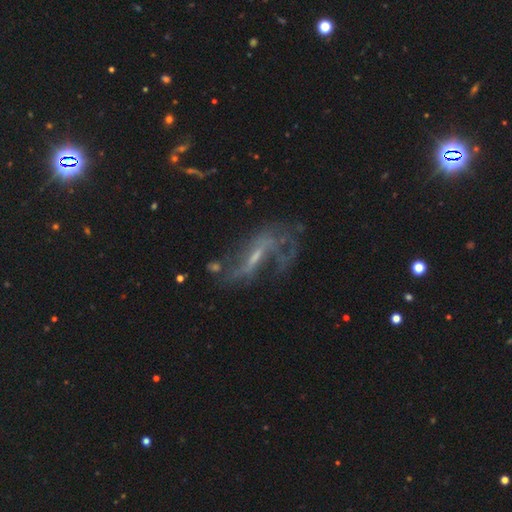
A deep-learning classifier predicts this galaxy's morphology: smooth_or_featured: featured or disk (p=0.76) [alt: smooth p=0.13]
disk_edge_on: no (p=0.85) [alt: yes p=0.15]
bar: weak (p=0.42) [alt: strong p=0.32]
has_spiral_arms: yes (p=0.72) [alt: no p=0.28]
bulge_size: small (p=0.56) [alt: moderate p=0.24]
merging: none (p=0.44) [alt: major disturbance p=0.30]